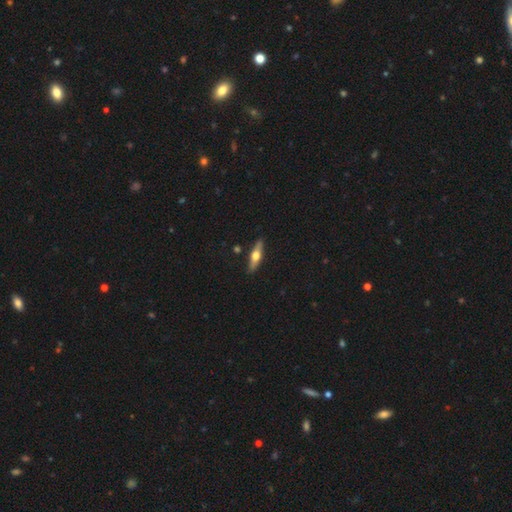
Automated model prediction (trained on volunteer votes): Smooth or featured: featured or disk — 58% (smooth — 36%)
Edge-on disk: yes — 94% (no — 6%)
Edge-on bulge: rounded — 95% (boxy — 3%)
Merging: none — 89% (minor disturbance — 8%)